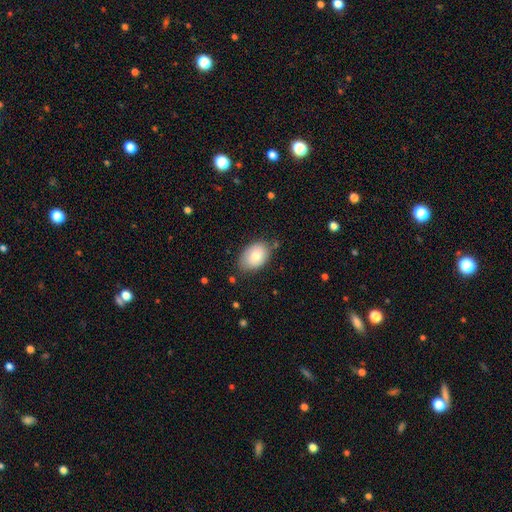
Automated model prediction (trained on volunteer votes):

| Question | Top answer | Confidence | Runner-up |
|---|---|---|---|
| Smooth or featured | smooth | 79% | featured or disk (14%) |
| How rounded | in between | 86% | round (13%) |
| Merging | none | 75% | minor disturbance (19%) |